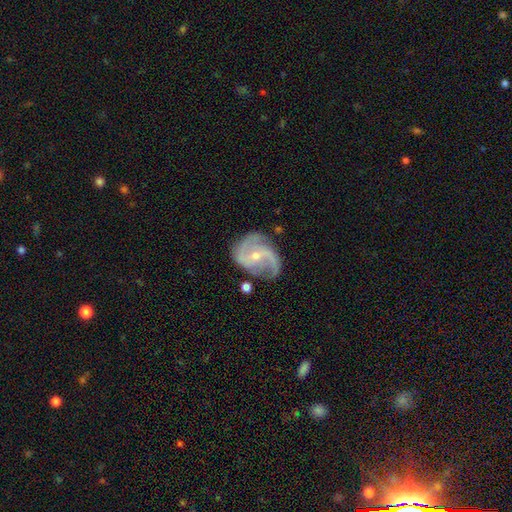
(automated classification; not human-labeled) smooth-or-featured: featured or disk: 89% | smooth: 6% | star or artifact: 5%
  disk-edge-on: no: 98% | yes: 2%
    bar: no: 44% | weak: 40% | strong: 16%
    has-spiral-arms: yes: 97% | no: 3%
      spiral-winding: medium: 49% | loose: 33% | tight: 18%
      spiral-arm-count: 2: 73% | 3: 13% | can't tell: 6% | 1: 4% | 4: 2% | more than 4: 2%
    bulge-size: small: 65% | moderate: 32% | none: 1% | large: 1% | dominant: 1%
  merging: none: 64% | minor disturbance: 22% | major disturbance: 11% | merger: 3%